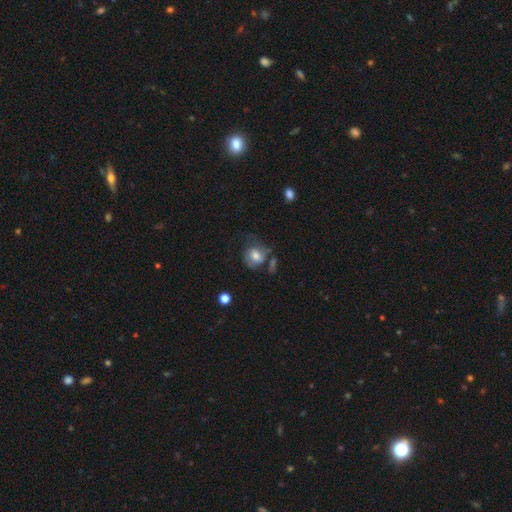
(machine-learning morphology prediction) type=smooth (52%); roundness=round (66%); merging=none (44%).